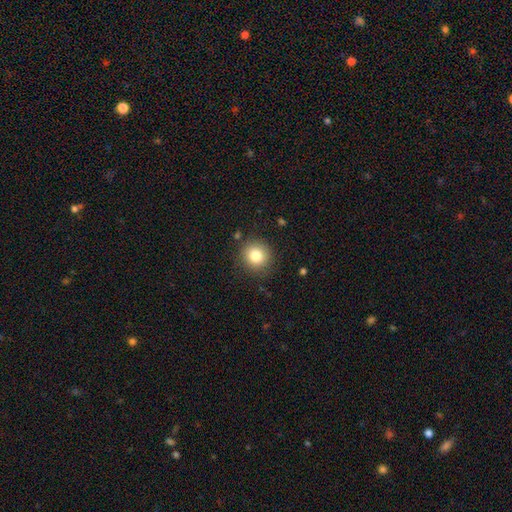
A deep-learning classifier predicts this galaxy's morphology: Smooth or featured?
  - smooth: 81% *
  - star or artifact: 11%
  - featured or disk: 8%
How rounded?
  - round: 92% *
  - in between: 7%
  - cigar-shaped: 1%
Merging?
  - none: 87% *
  - minor disturbance: 9%
  - major disturbance: 3%
  - merger: 2%